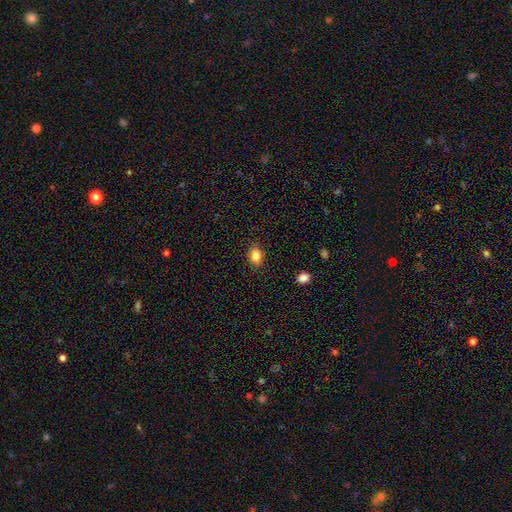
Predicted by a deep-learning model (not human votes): Smooth or featured? Predicted: smooth (p=0.85). How rounded? Predicted: in between (p=0.75). Merging? Predicted: none (p=0.87).